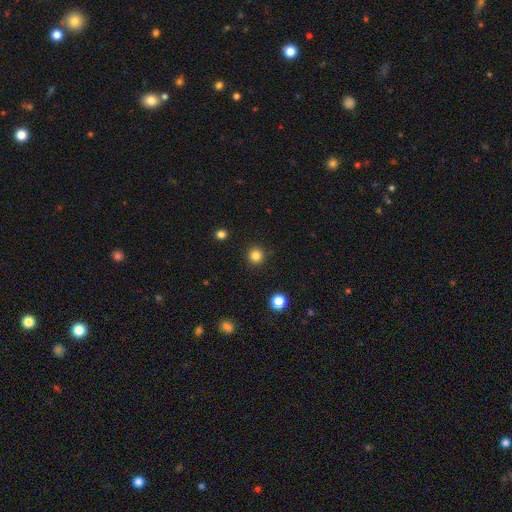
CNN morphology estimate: Q: Smooth or featured?
A: smooth (83%); runner-up: star or artifact (13%)
Q: How rounded?
A: round (96%); runner-up: in between (3%)
Q: Merging?
A: none (92%); runner-up: minor disturbance (5%)